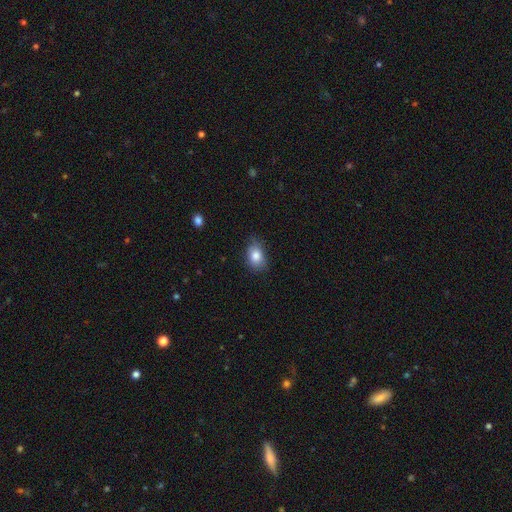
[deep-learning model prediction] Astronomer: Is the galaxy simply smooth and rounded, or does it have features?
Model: smooth — 84%.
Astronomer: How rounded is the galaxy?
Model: in between — 76%.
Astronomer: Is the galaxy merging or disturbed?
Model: none — 71%.